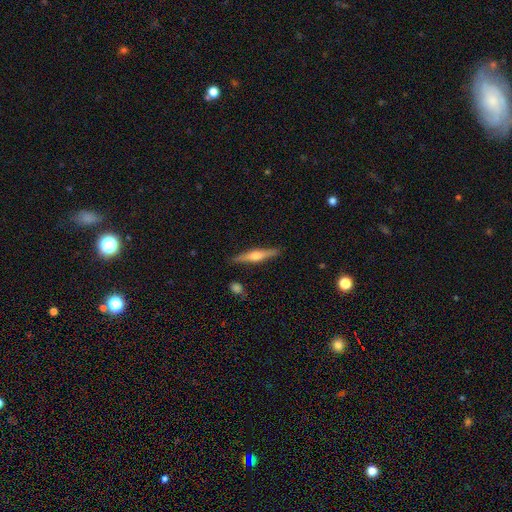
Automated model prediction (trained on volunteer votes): smooth-or-featured: featured or disk: 61% | smooth: 33% | star or artifact: 6%
  disk-edge-on: yes: 97% | no: 3%
    edge-on-bulge: rounded: 84% | boxy: 10% | none: 6%
  merging: none: 87% | minor disturbance: 9% | major disturbance: 2% | merger: 2%